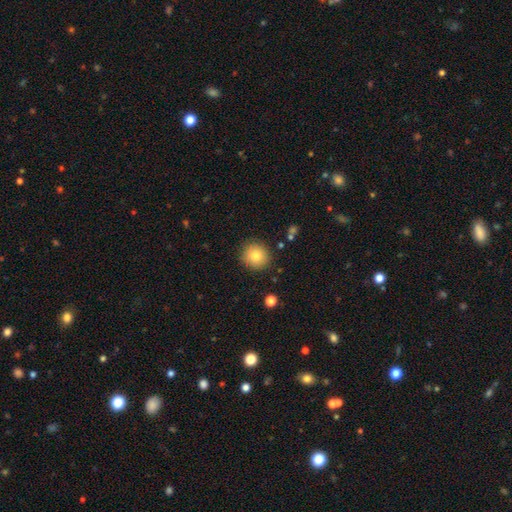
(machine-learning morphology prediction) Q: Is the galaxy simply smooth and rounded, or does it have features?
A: smooth — 81%.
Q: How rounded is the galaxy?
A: round — 92%.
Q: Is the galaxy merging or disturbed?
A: none — 88%.